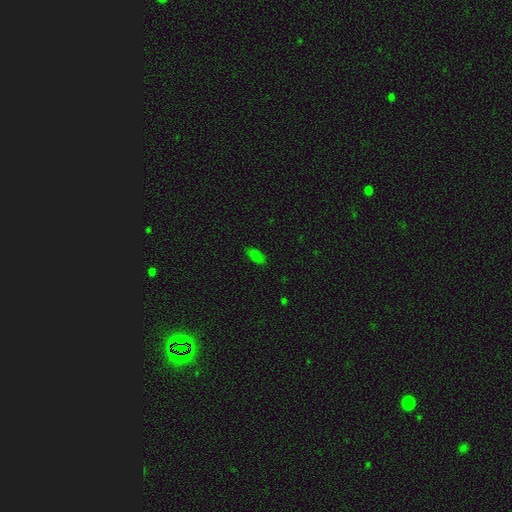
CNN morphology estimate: Smooth or featured: smooth — 78% (star or artifact — 14%)
How rounded: in between — 86% (cigar-shaped — 10%)
Merging: none — 84% (minor disturbance — 12%)